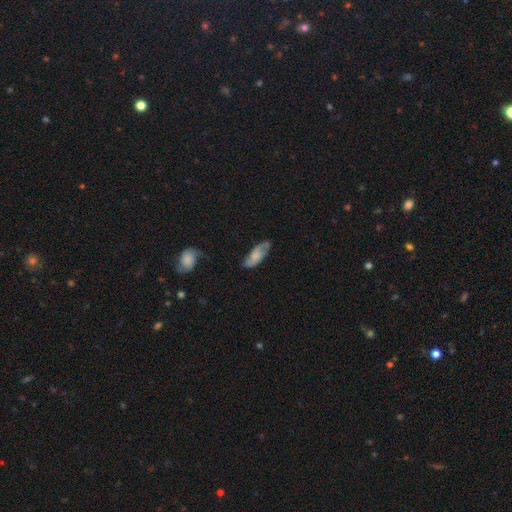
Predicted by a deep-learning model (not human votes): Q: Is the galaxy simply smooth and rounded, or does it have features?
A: smooth — 47%.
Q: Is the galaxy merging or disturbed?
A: none — 64%.